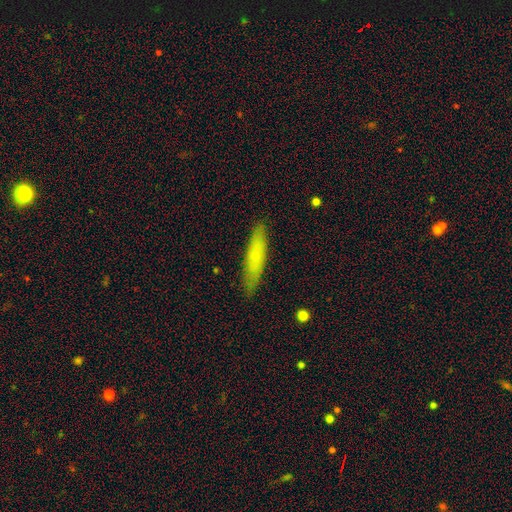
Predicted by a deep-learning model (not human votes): This appears to be a smooth galaxy with no disk features (58%) that is cigar-shaped (79%). Merging: none (86%).